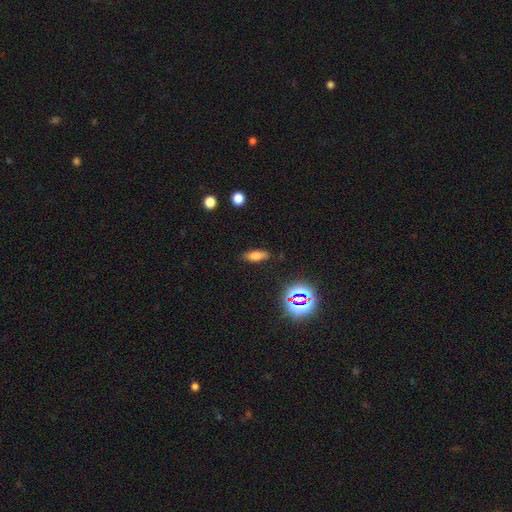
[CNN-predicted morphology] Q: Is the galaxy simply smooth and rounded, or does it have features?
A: smooth — 69%.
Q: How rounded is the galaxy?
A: in between — 68%.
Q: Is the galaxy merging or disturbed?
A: none — 84%.